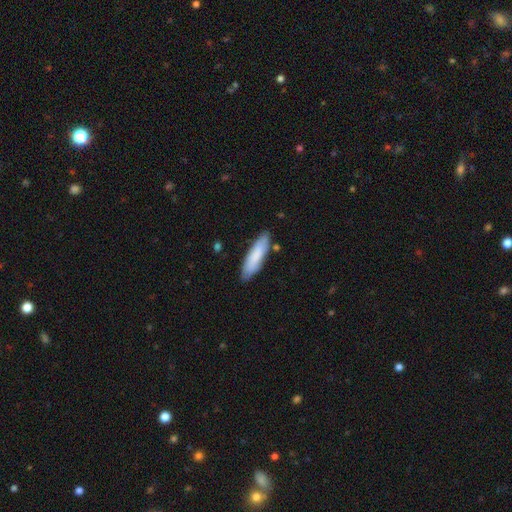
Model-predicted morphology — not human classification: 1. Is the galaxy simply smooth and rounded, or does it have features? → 81% smooth, 13% featured or disk, 6% star or artifact.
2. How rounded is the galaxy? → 61% cigar-shaped, 38% in between, 1% round.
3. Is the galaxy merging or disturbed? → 81% none, 14% minor disturbance, 3% merger, 2% major disturbance.